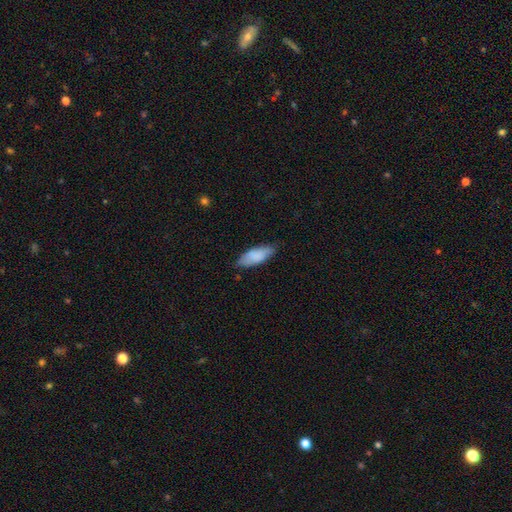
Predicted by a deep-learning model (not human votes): smooth_or_featured: smooth (p=0.83) [alt: featured or disk p=0.11]
how_rounded: in between (p=0.76) [alt: cigar-shaped p=0.23]
merging: none (p=0.74) [alt: minor disturbance p=0.21]